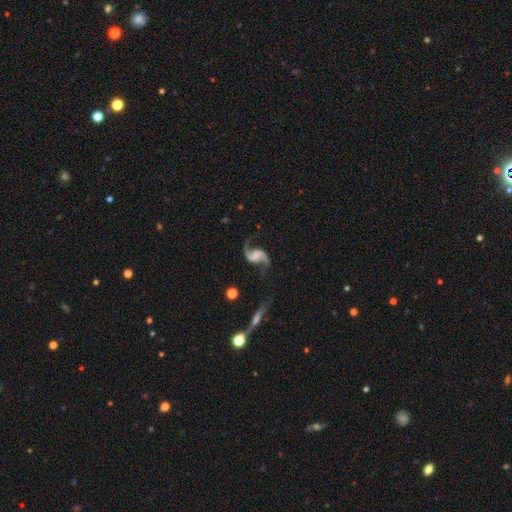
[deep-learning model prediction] This is clearly a featured or disk galaxy (92%). It is clearly not viewed edge-on (98%). Bar: marginally no (42%). Spiral arm pattern: clearly yes (98%). Spiral arm count: clearly 2 (94%). Spiral winding: likely loose (77%). Central bulge: possibly none (59%). Merging: likely none (74%).